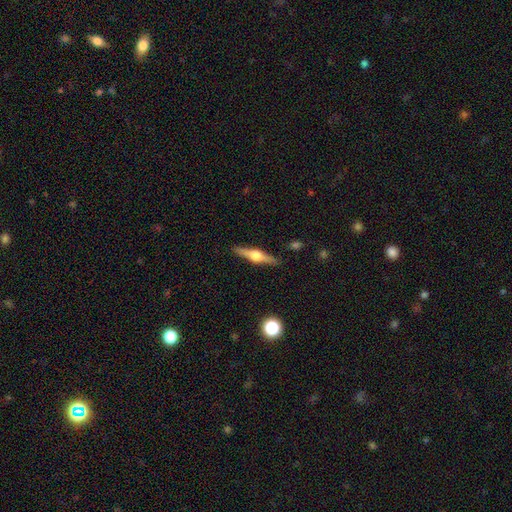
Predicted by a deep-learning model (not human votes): Morphology: type=featured or disk (74%); edge-on=yes (98%); edge-on bulge=rounded (94%); merging=none (90%).